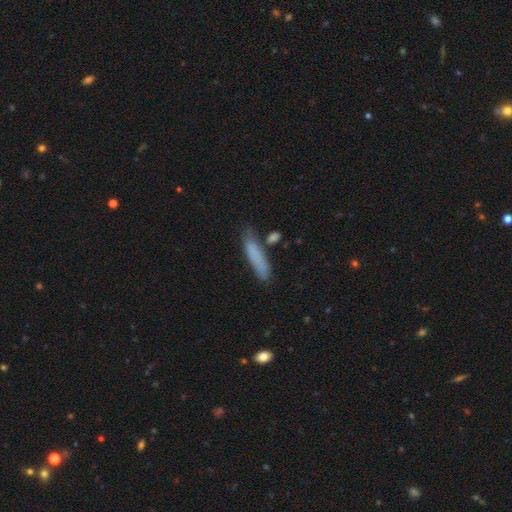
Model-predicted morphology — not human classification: The model was most divided on "merging": none: 72%, minor disturbance: 18%, merger: 6%, major disturbance: 5%. More confident: how rounded — cigar-shaped (82%); smooth or featured — smooth (80%).